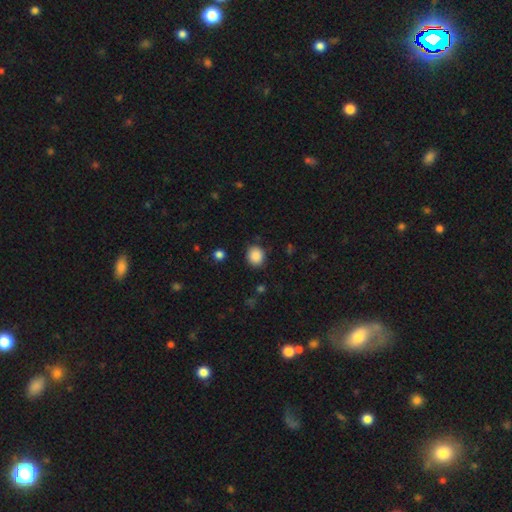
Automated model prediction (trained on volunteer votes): This appears to be a smooth galaxy with no disk features (88%) that is round (76%). Merging: none (87%).